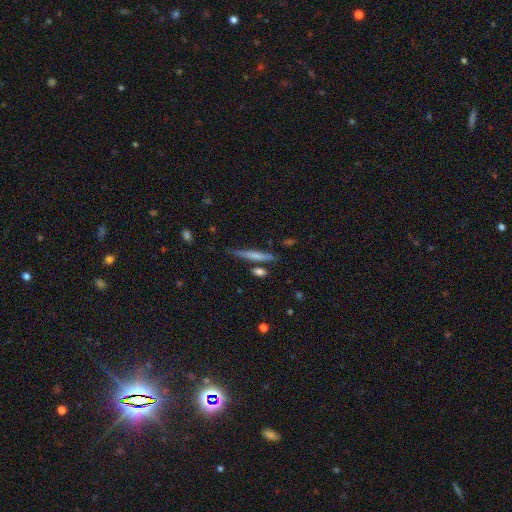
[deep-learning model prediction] Smooth or featured: smooth — 62% (featured or disk — 32%)
How rounded: cigar-shaped — 94% (in between — 5%)
Merging: none — 77% (minor disturbance — 13%)